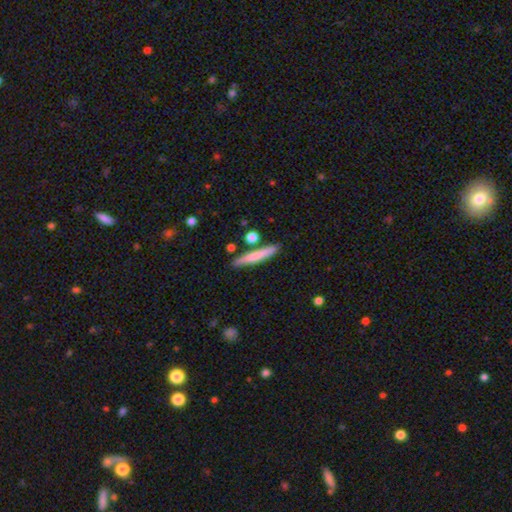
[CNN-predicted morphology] Q: Smooth or featured?
A: smooth (69%); runner-up: featured or disk (25%)
Q: How rounded?
A: cigar-shaped (93%); runner-up: in between (5%)
Q: Merging?
A: none (82%); runner-up: minor disturbance (9%)